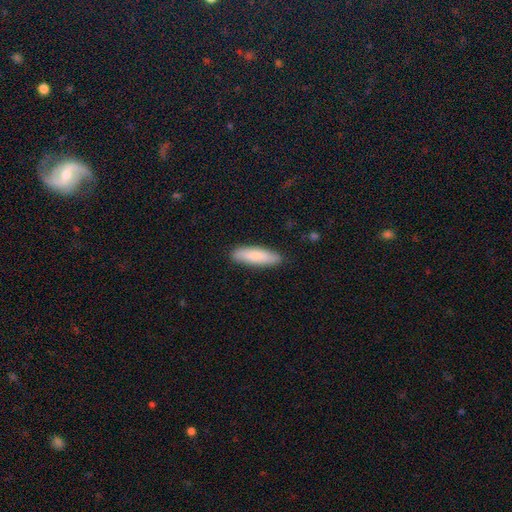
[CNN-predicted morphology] Smooth or featured?
  - smooth: 85% *
  - featured or disk: 10%
  - star or artifact: 5%
How rounded?
  - cigar-shaped: 61% *
  - in between: 38%
  - round: 1%
Merging?
  - none: 88% *
  - minor disturbance: 9%
  - major disturbance: 2%
  - merger: 1%